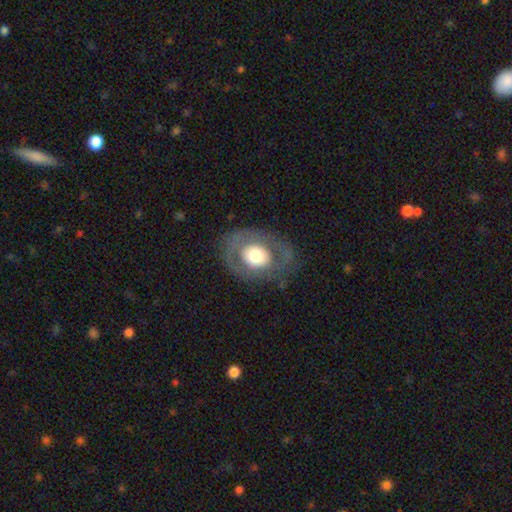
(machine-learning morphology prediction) smooth_or_featured: featured or disk (p=0.47) [alt: smooth p=0.46]
merging: none (p=0.72) [alt: minor disturbance p=0.15]